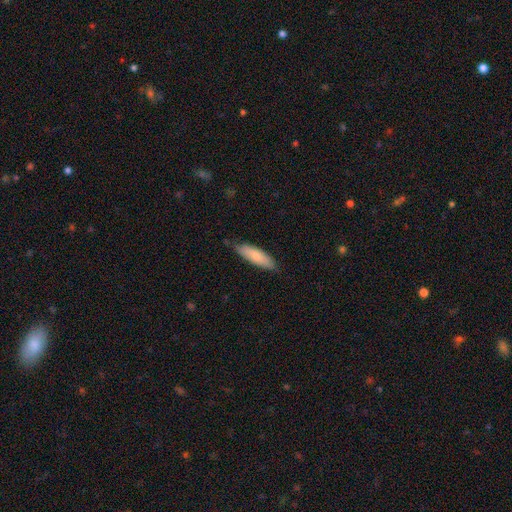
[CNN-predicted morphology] type=smooth (78%); roundness=cigar-shaped (49%, tied with in between); merging=none (74%).